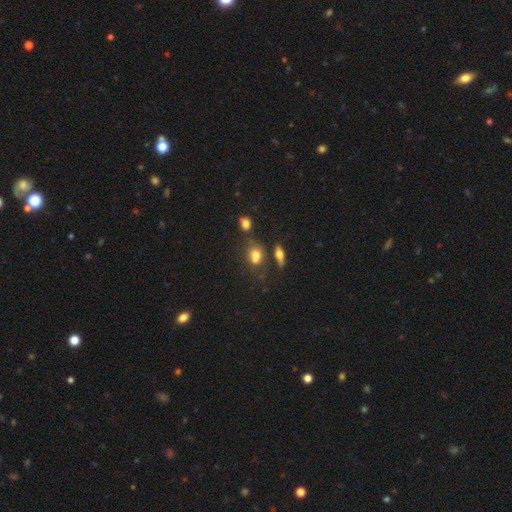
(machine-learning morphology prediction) Smooth or featured? smooth (72%)
How rounded? in between (54%)
Merging? none (49%)